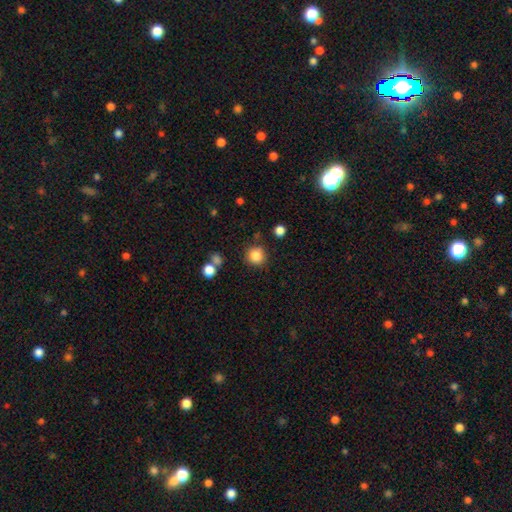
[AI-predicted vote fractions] A smooth galaxy with no disk features (85%) that is round (91%).

Vote fractions:
- Smooth or featured? smooth: 85% / star or artifact: 11% / featured or disk: 5%
- How rounded? round: 91% / in between: 8% / cigar-shaped: 1%
- Merging? none: 84% / minor disturbance: 9% / merger: 4% / major disturbance: 3%